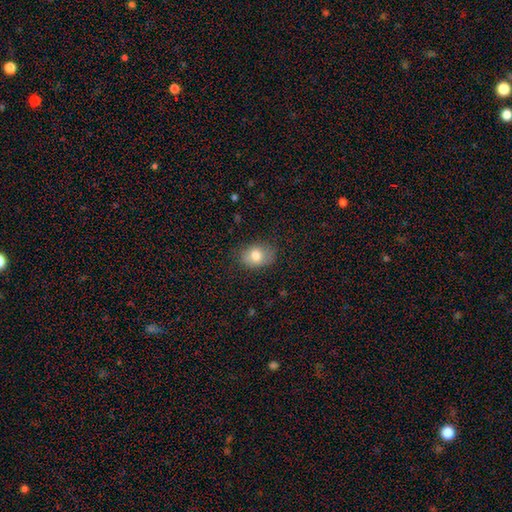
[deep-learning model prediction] Smooth or featured? smooth (77%)
How rounded? in between (70%)
Merging? none (75%)